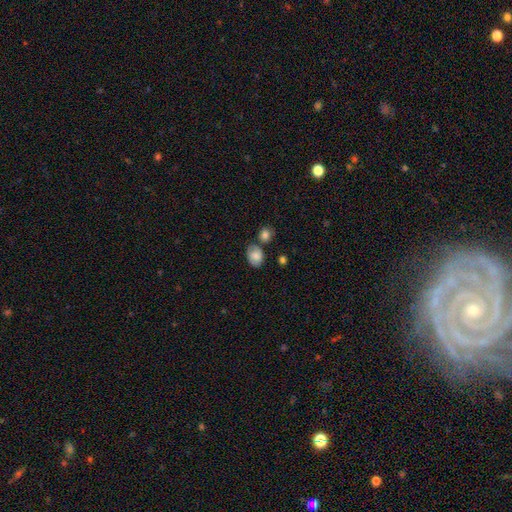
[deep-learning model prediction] Morphology: type=smooth (73%); roundness=in between (69%); merging=none (59%).